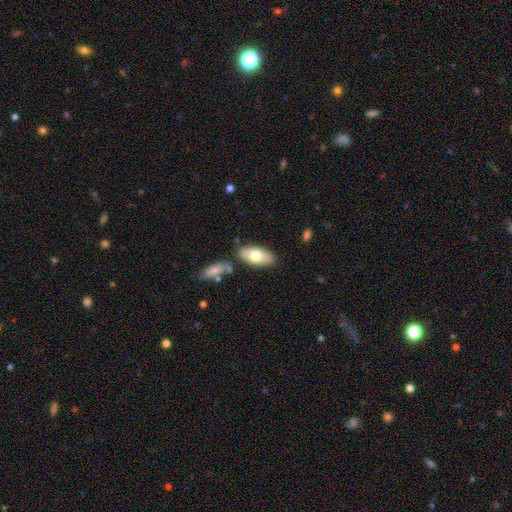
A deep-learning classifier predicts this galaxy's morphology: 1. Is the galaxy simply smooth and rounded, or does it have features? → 68% smooth, 26% featured or disk, 6% star or artifact.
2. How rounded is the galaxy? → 91% in between, 6% cigar-shaped, 3% round.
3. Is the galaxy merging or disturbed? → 80% none, 11% minor disturbance, 6% merger, 3% major disturbance.